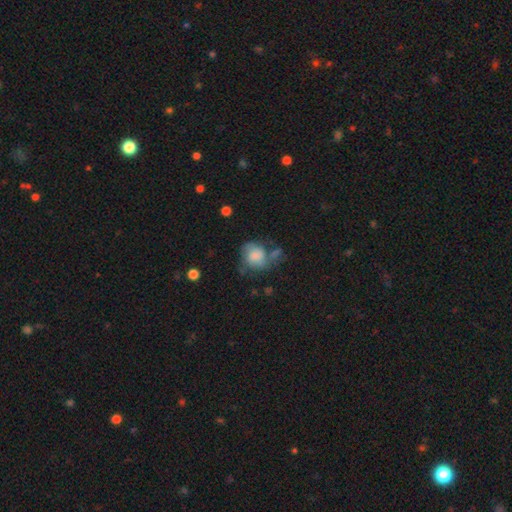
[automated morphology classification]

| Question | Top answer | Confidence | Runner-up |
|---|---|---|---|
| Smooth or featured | smooth | 58% | featured or disk (33%) |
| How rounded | round | 61% | in between (38%) |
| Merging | none | 34% | major disturbance (27%) |